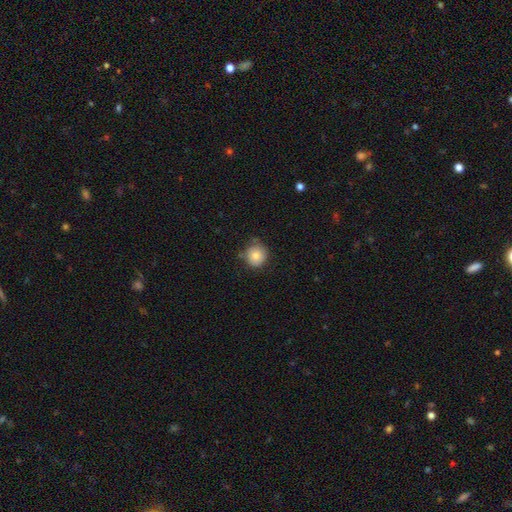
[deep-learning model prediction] smooth 82%, star or artifact 9%, featured or disk 9%. Down the decision tree: how rounded — round (91%); merging — none (74%).